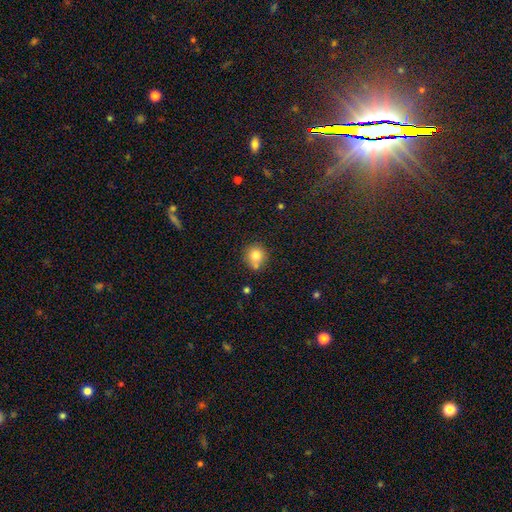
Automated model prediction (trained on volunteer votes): Smooth or featured: smooth — 79% (star or artifact — 11%)
How rounded: round — 88% (in between — 11%)
Merging: none — 67% (merger — 15%)